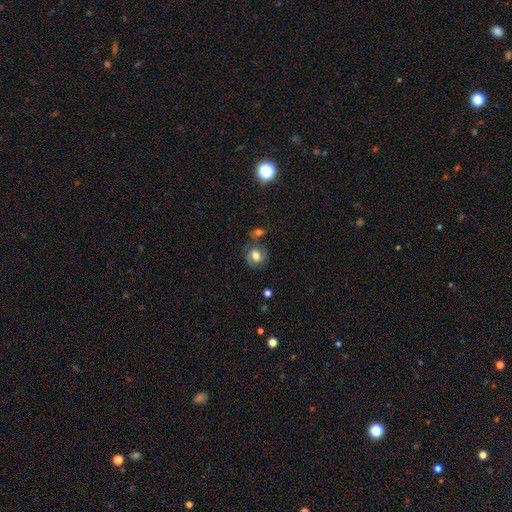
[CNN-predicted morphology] This appears to be a smooth galaxy with no disk features (55%) that is round (68%). Merging: none (63%).